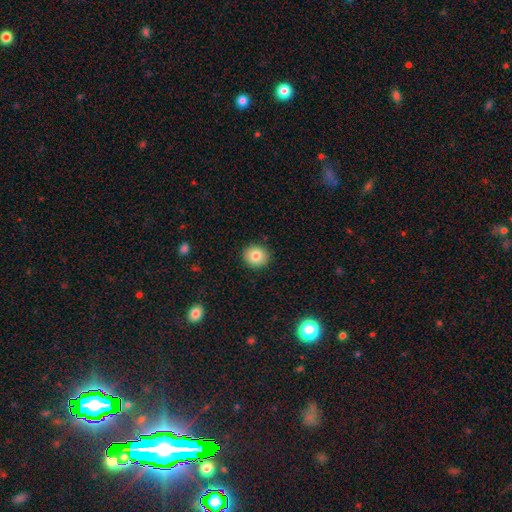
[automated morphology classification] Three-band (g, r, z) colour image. It shows a smooth galaxy with no disk features (83%) that is round (85%). Merging: none (91%).